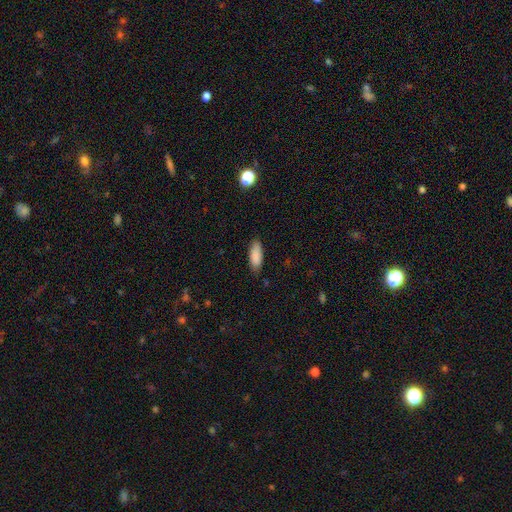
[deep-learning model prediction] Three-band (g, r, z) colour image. It shows a smooth galaxy with no disk features (88%) that is in between round and cigar-shaped (74%). Merging: none (83%).